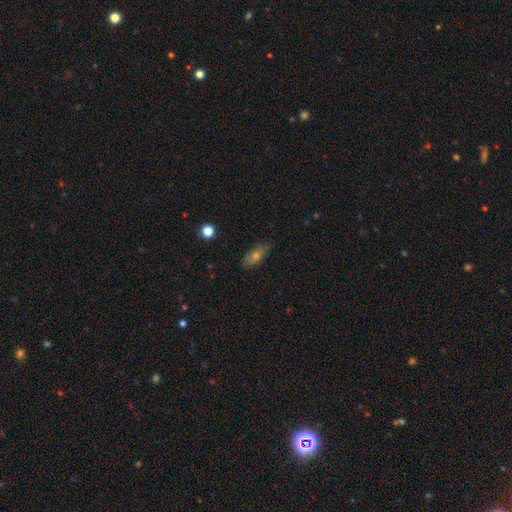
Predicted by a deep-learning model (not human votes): This is possibly a smooth galaxy (58%). How rounded: likely in between (65%). Merging: clearly none (84%).